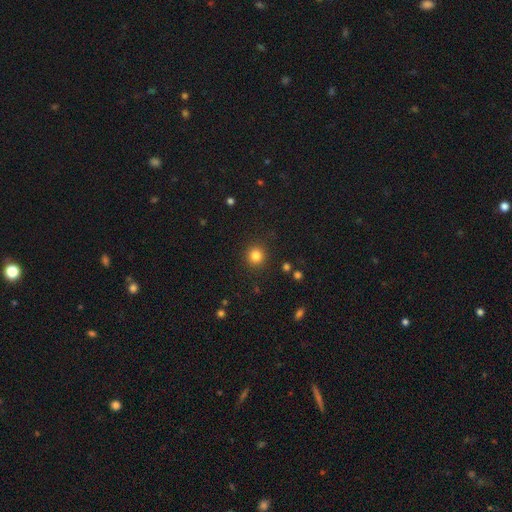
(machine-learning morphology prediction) Smooth or featured? smooth (83%)
How rounded? round (92%)
Merging? none (90%)